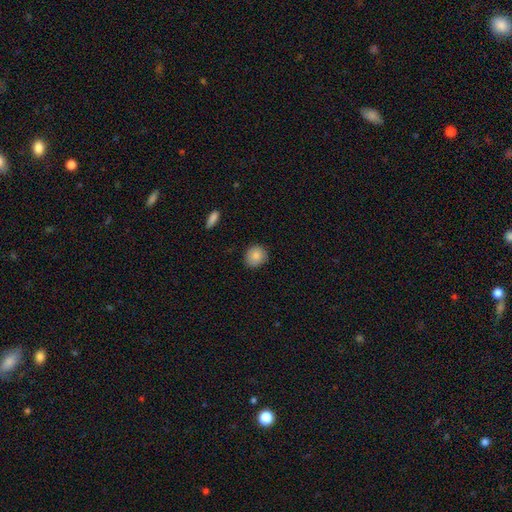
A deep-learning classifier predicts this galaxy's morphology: This appears to be a smooth galaxy with no disk features (86%) that is round (80%). Merging: none (84%).